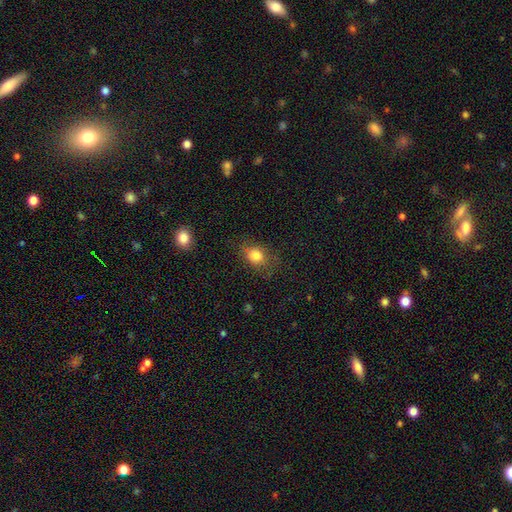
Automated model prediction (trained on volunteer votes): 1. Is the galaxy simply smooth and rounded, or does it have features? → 82% smooth, 11% star or artifact, 7% featured or disk.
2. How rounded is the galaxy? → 50% round, 49% in between, 1% cigar-shaped.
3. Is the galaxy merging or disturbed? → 73% none, 18% minor disturbance, 7% major disturbance, 2% merger.